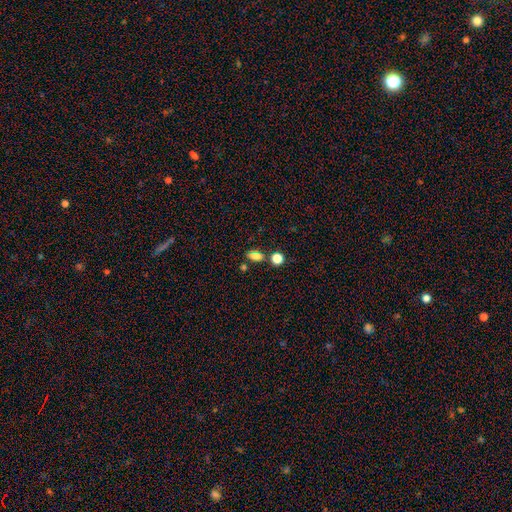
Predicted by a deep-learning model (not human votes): A smooth galaxy with no disk features (80%) that is in between round and cigar-shaped (79%). Merging: none (72%).